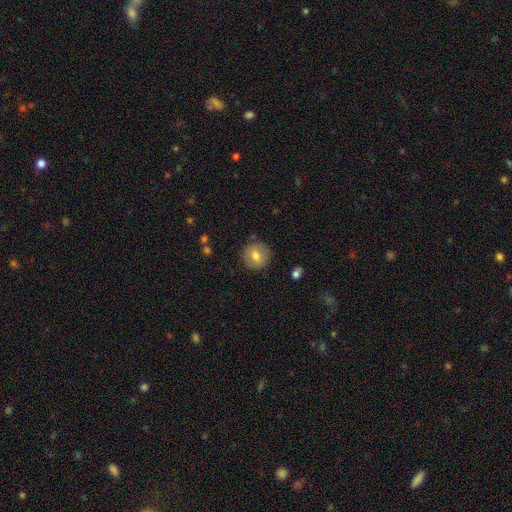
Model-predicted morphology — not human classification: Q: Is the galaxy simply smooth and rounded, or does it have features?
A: smooth — 73%.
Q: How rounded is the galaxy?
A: round — 92%.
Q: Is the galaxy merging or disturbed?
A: none — 87%.